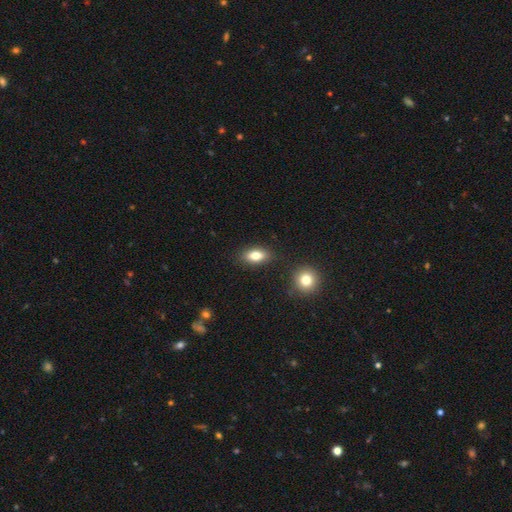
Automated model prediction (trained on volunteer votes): This is clearly a smooth galaxy (80%). How rounded: clearly in between (87%). Merging: clearly none (84%).